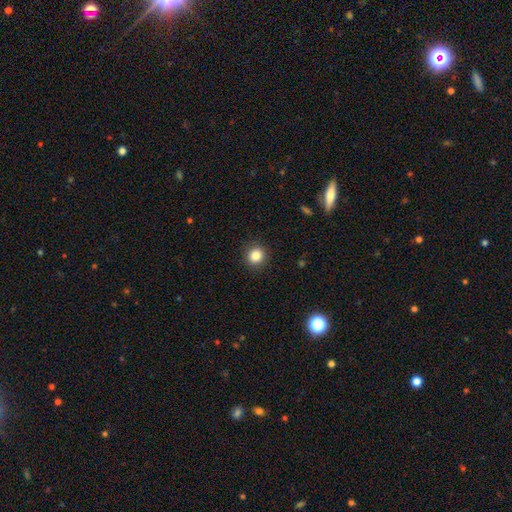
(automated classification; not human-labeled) The model was most divided on "smooth or featured": smooth: 84%, star or artifact: 11%, featured or disk: 5%. More confident: merging — none (91%); how rounded — round (89%).